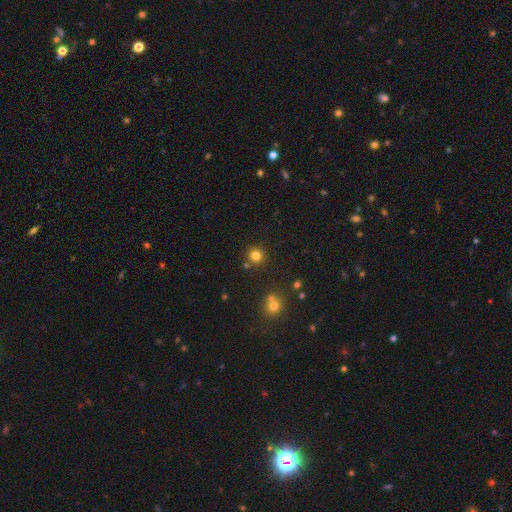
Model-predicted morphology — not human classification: Smooth or featured?
  - smooth: 79% *
  - star or artifact: 15%
  - featured or disk: 5%
How rounded?
  - round: 94% *
  - in between: 5%
  - cigar-shaped: 1%
Merging?
  - none: 85% *
  - minor disturbance: 6%
  - merger: 6%
  - major disturbance: 2%